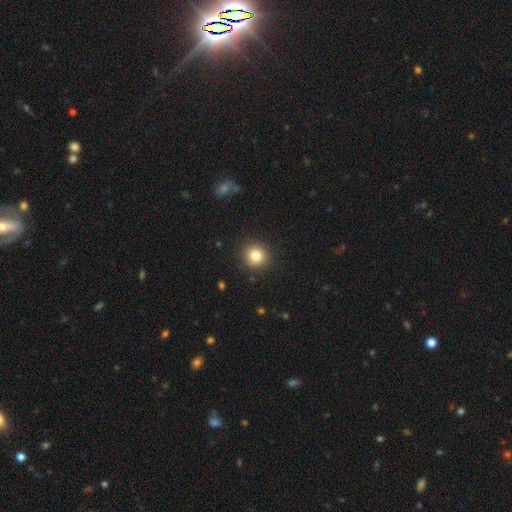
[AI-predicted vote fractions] This appears to be a smooth galaxy with no disk features (82%) that is round (92%). Merging: none (91%).